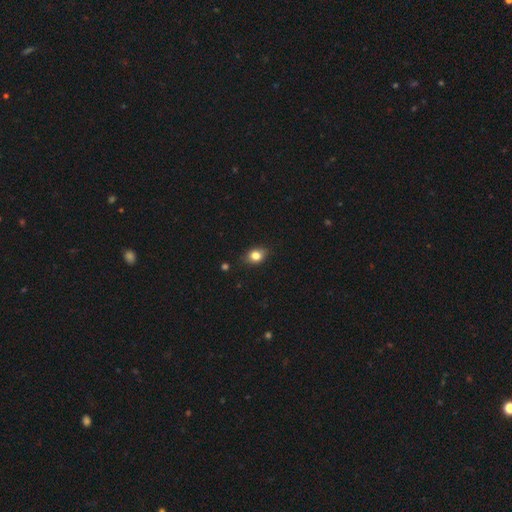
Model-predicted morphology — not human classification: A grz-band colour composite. It shows a smooth galaxy with no disk features (79%) that is in between round and cigar-shaped (58%). Merging: none (83%).